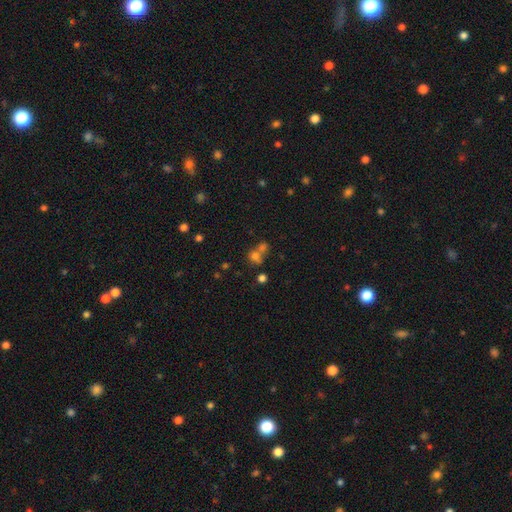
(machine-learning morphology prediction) smooth 65%, star or artifact 21%, featured or disk 14%. Down the decision tree: how rounded — round (77%); merging — merger (50%).